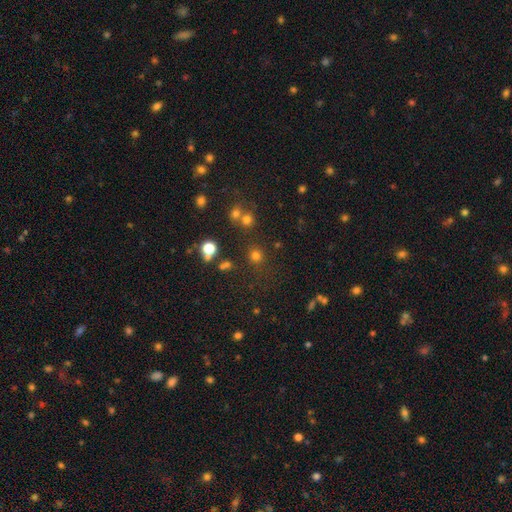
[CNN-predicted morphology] smooth 72%, star or artifact 22%, featured or disk 6%. Down the decision tree: how rounded — round (90%); merging — none (81%).